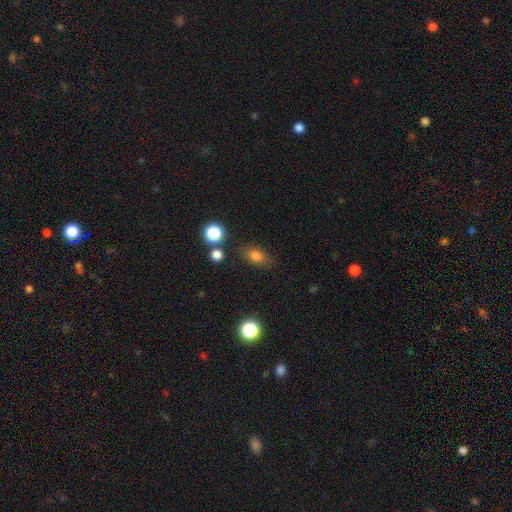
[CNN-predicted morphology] Smooth or featured? Predicted: smooth (p=0.79). How rounded? Predicted: in between (p=0.78). Merging? Predicted: none (p=0.78).